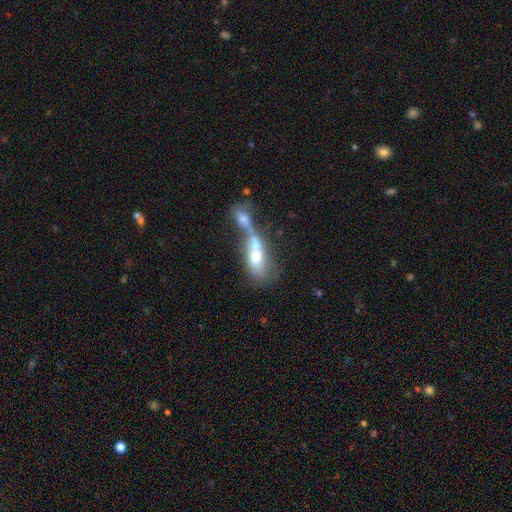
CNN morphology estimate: This is possibly a smooth galaxy (49%). Merging: likely merger (73%).